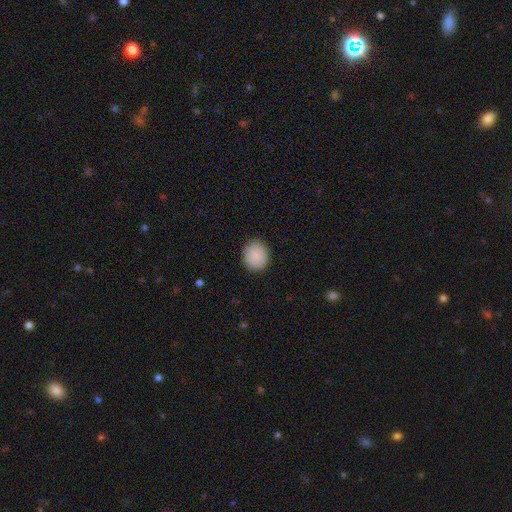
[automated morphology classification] The model was most divided on "how rounded": round: 83%, in between: 17%, cigar-shaped: 1%. More confident: smooth or featured — smooth (89%); merging — none (89%).